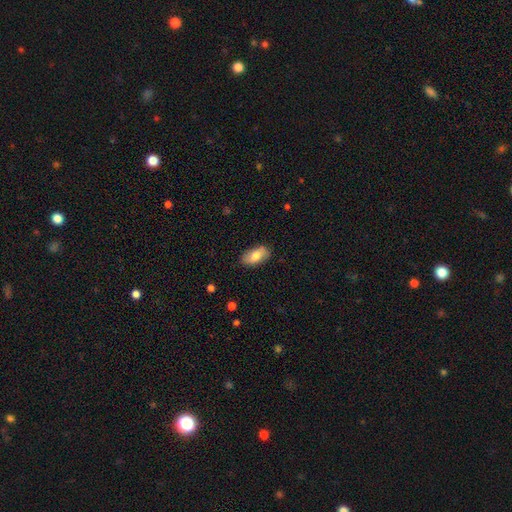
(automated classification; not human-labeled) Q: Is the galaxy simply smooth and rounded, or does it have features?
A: smooth — 75%.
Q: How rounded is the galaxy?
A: in between — 92%.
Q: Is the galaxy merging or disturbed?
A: none — 84%.